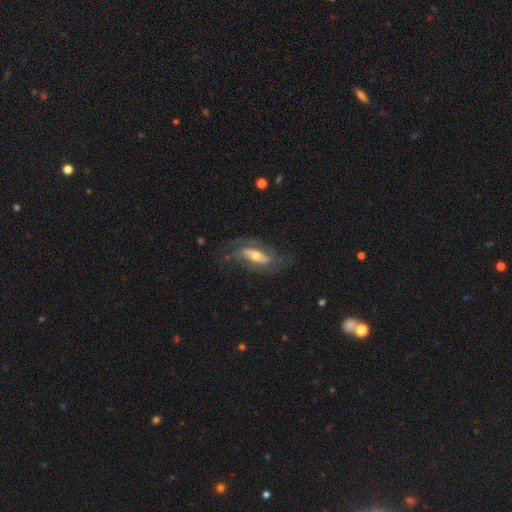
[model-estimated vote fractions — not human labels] smooth-or-featured: featured or disk: 77% | smooth: 17% | star or artifact: 6%
  disk-edge-on: no: 86% | yes: 14%
    bar: no: 37% | strong: 32% | weak: 31%
    has-spiral-arms: yes: 87% | no: 13%
      spiral-winding: medium: 43% | loose: 29% | tight: 28%
      spiral-arm-count: 2: 60% | can't tell: 19% | 3: 9% | 1: 7% | 4: 3% | more than 4: 2%
    bulge-size: moderate: 64% | small: 25% | large: 9% | dominant: 1% | none: 1%
  merging: none: 62% | minor disturbance: 20% | major disturbance: 17% | merger: 2%